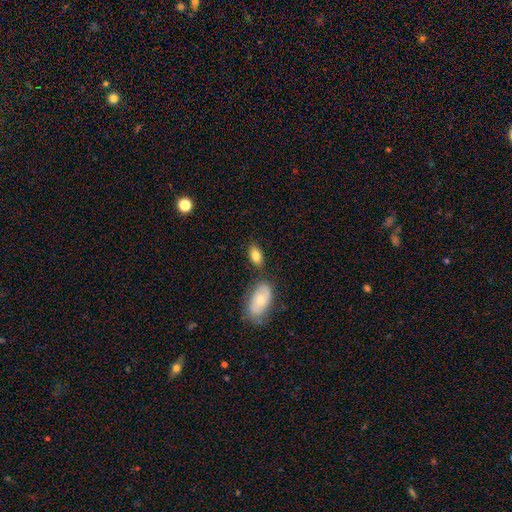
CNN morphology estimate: smooth-or-featured: smooth: 80% | featured or disk: 12% | star or artifact: 8%
  how-rounded: in between: 91% | round: 5% | cigar-shaped: 4%
  merging: none: 70% | merger: 13% | minor disturbance: 13% | major disturbance: 4%